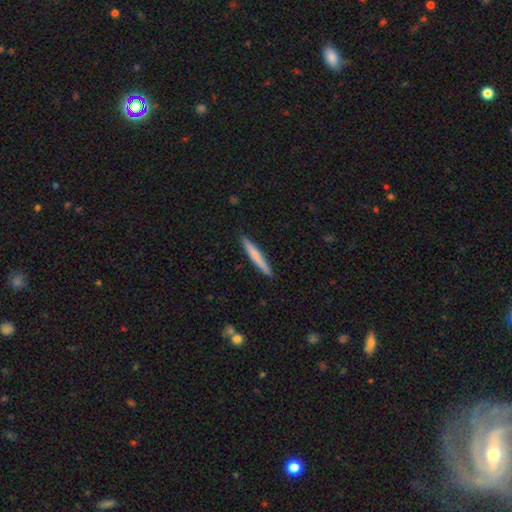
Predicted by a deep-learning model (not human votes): Smooth or featured? Predicted: smooth (p=0.68). How rounded? Predicted: cigar-shaped (p=0.96). Merging? Predicted: none (p=0.91).